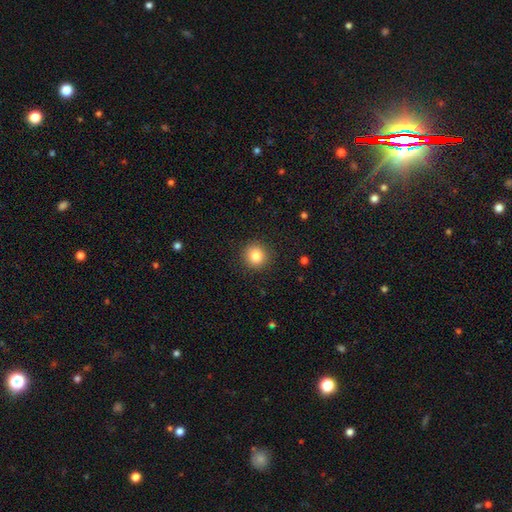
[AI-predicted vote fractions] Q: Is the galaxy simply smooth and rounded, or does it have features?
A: smooth — 84%.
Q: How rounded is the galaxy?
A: round — 93%.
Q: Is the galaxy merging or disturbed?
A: none — 91%.